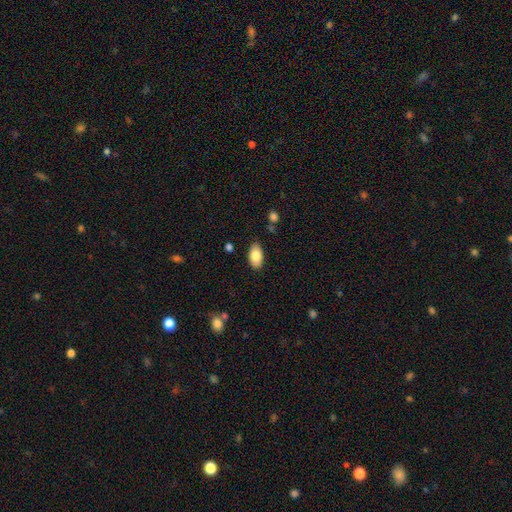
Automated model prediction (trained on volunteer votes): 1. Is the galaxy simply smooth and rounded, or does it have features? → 82% smooth, 11% featured or disk, 7% star or artifact.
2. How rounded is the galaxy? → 94% in between, 4% round, 2% cigar-shaped.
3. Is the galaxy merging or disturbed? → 86% none, 11% minor disturbance, 2% major disturbance, 2% merger.